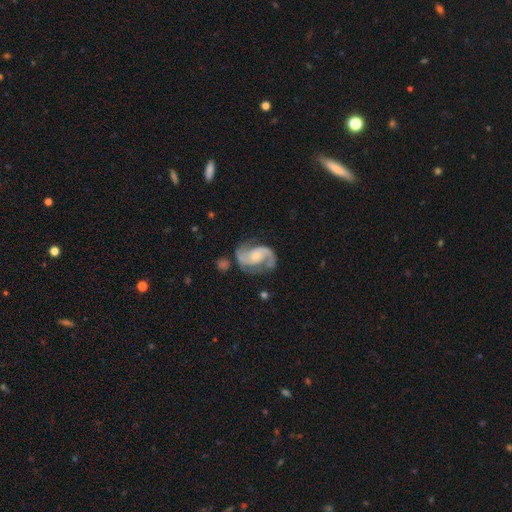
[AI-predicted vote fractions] Smooth or featured? Predicted: featured or disk (p=0.90). Edge-on disk? Predicted: no (p=0.98). Bar? Predicted: no (p=0.60). Spiral arms? Predicted: yes (p=0.98). Spiral winding? Predicted: medium (p=0.55). Spiral arm count? Predicted: 2 (p=0.92). Bulge size? Predicted: small (p=0.60). Merging? Predicted: none (p=0.68).